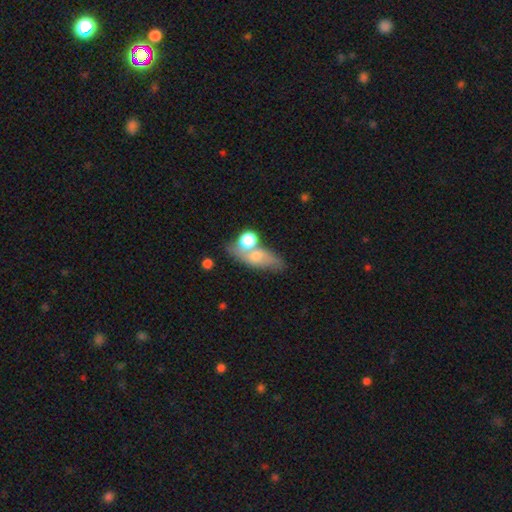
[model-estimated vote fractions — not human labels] Morphology: type=smooth (58%); roundness=in between (65%); merging=none (41%).